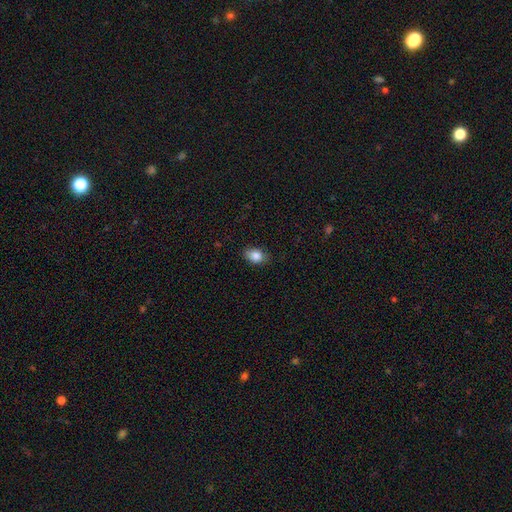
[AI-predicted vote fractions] Overall: smooth (86%). How rounded: in between (76%). Merging: none (81%).